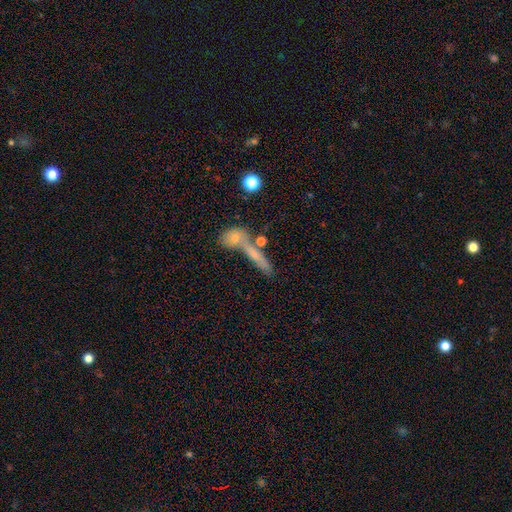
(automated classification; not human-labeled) smooth-or-featured: smooth: 64% | featured or disk: 27% | star or artifact: 9%
  how-rounded: cigar-shaped: 76% | in between: 17% | round: 7%
  merging: none: 51% | merger: 32% | minor disturbance: 12% | major disturbance: 6%